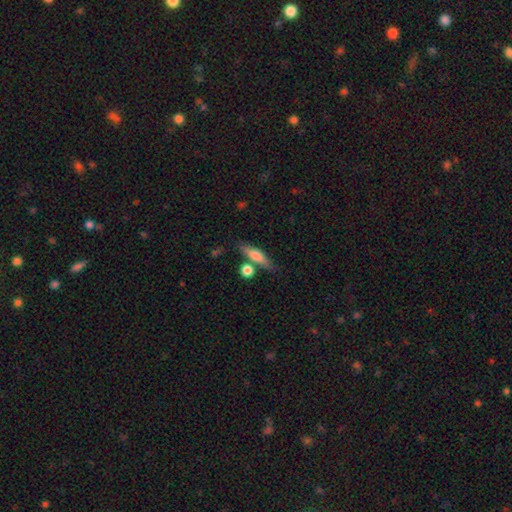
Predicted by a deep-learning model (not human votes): Smooth or featured?
  - smooth: 56% *
  - featured or disk: 37%
  - star or artifact: 7%
How rounded?
  - cigar-shaped: 65% *
  - in between: 29%
  - round: 6%
Merging?
  - none: 69% *
  - merger: 14%
  - minor disturbance: 13%
  - major disturbance: 4%